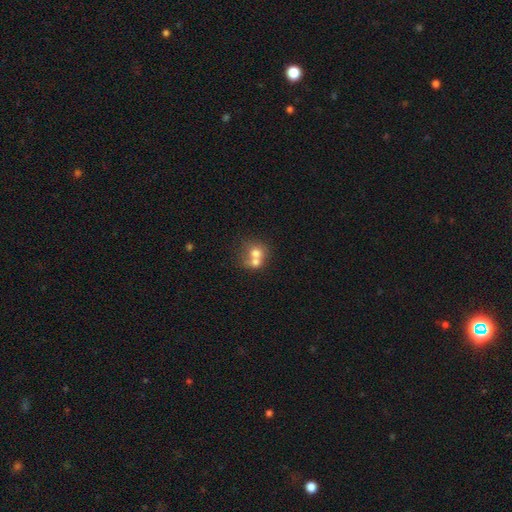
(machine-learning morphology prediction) Smooth or featured: smooth — 66% (featured or disk — 24%)
How rounded: round — 71% (in between — 28%)
Merging: merger — 68% (none — 23%)